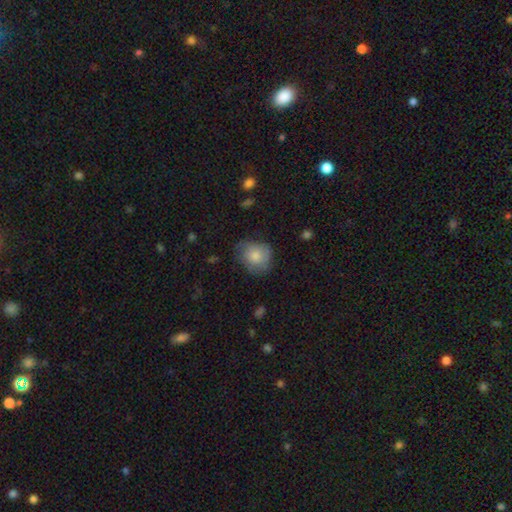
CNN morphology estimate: The model was most divided on "merging": none: 58%, minor disturbance: 30%, major disturbance: 10%, merger: 1%. More confident: smooth or featured — smooth (74%); how rounded — round (74%).